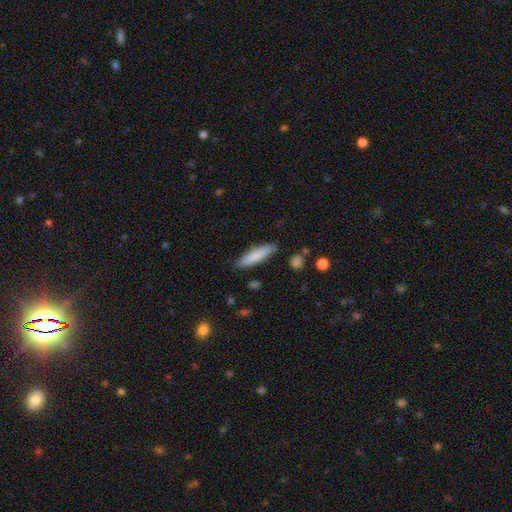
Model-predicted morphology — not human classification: Smooth or featured? Predicted: smooth (p=0.84). How rounded? Predicted: cigar-shaped (p=0.75). Merging? Predicted: none (p=0.85).